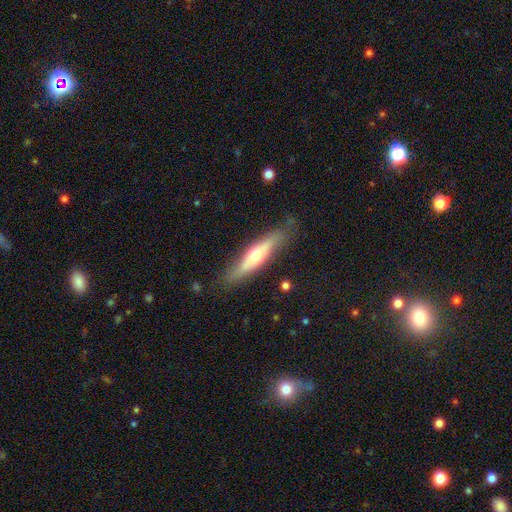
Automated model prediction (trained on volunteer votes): Q: Smooth or featured?
A: featured or disk (52%); runner-up: smooth (42%)
Q: Edge-on disk?
A: yes (77%); runner-up: no (23%)
Q: Merging?
A: none (79%); runner-up: minor disturbance (15%)